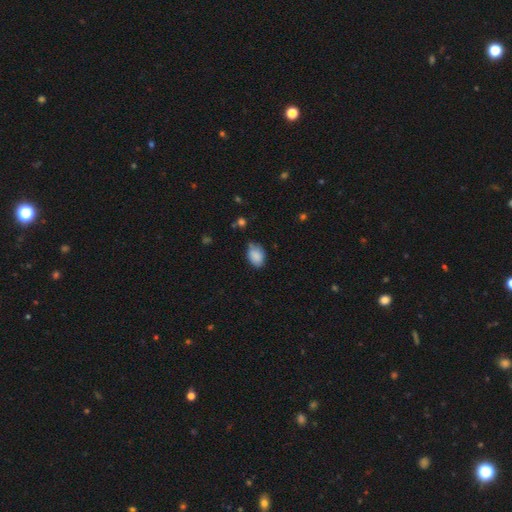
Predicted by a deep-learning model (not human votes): A smooth galaxy with no disk features (87%) that is in between round and cigar-shaped (84%). Merging: none (65%).